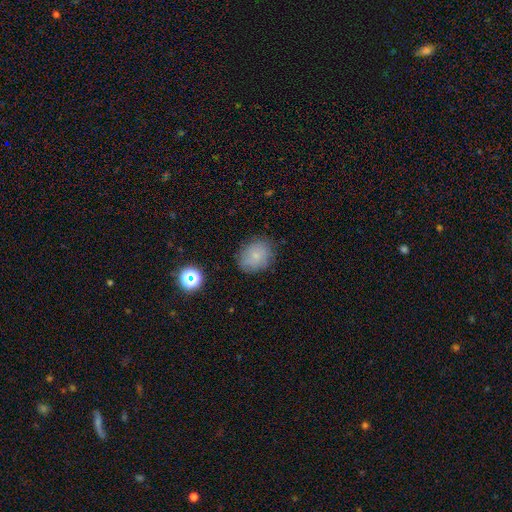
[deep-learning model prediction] A smooth galaxy with no disk features (72%) that is round (64%).

Vote fractions:
- Smooth or featured? smooth: 72% / featured or disk: 16% / star or artifact: 12%
- How rounded? round: 64% / in between: 35% / cigar-shaped: 1%
- Merging? none: 78% / minor disturbance: 16% / major disturbance: 4% / merger: 2%